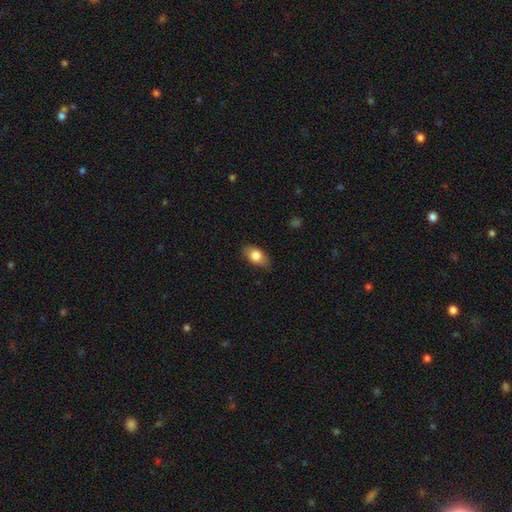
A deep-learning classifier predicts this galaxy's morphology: Smooth or featured: smooth — 79% (featured or disk — 13%)
How rounded: in between — 88% (round — 8%)
Merging: none — 80% (minor disturbance — 15%)